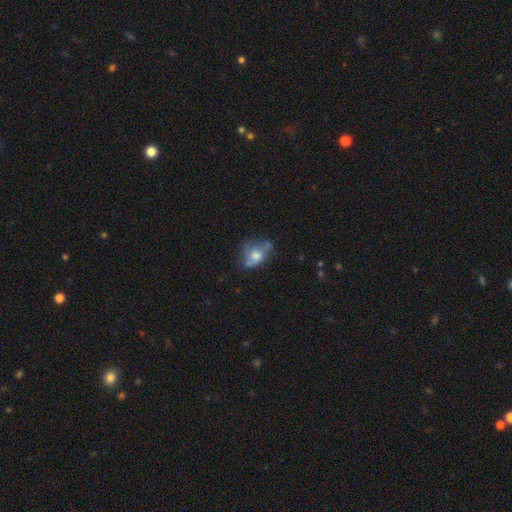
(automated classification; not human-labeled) The model was most divided on "merging": none: 36%, minor disturbance: 30%, major disturbance: 25%, merger: 9%. More confident: how rounded — in between (68%); smooth or featured — smooth (53%).